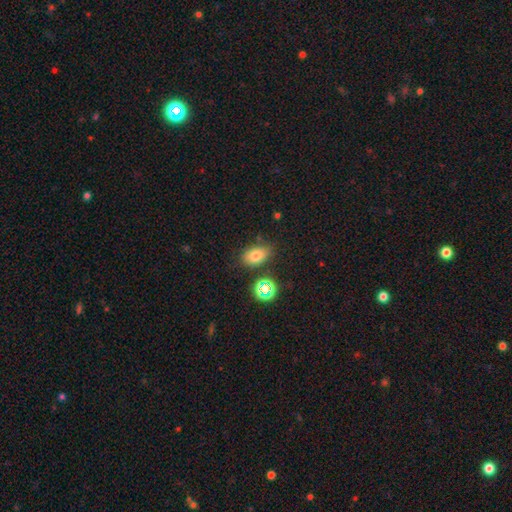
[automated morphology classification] A smooth galaxy with no disk features (73%) that is in between round and cigar-shaped (83%).

Vote fractions:
- Smooth or featured? smooth: 73% / star or artifact: 16% / featured or disk: 11%
- How rounded? in between: 83% / round: 15% / cigar-shaped: 2%
- Merging? none: 77% / minor disturbance: 14% / merger: 5% / major disturbance: 4%